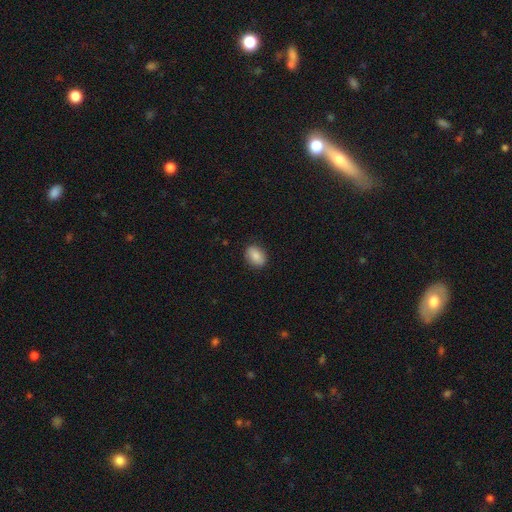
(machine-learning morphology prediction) The model was most divided on "how rounded": in between: 72%, round: 26%, cigar-shaped: 2%. More confident: merging — none (87%); smooth or featured — smooth (83%).